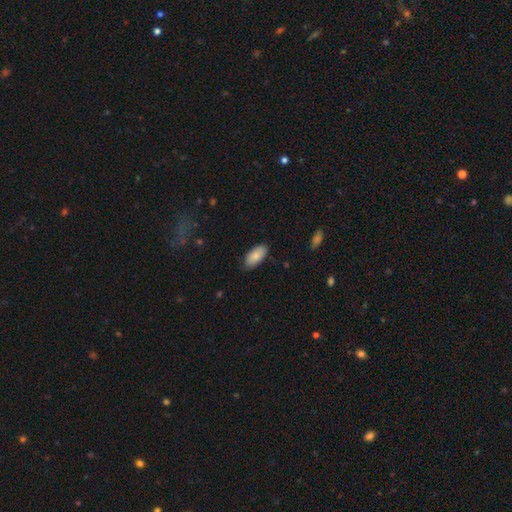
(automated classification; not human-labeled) Q: Smooth or featured?
A: smooth (85%); runner-up: featured or disk (9%)
Q: How rounded?
A: in between (90%); runner-up: cigar-shaped (8%)
Q: Merging?
A: none (84%); runner-up: minor disturbance (12%)